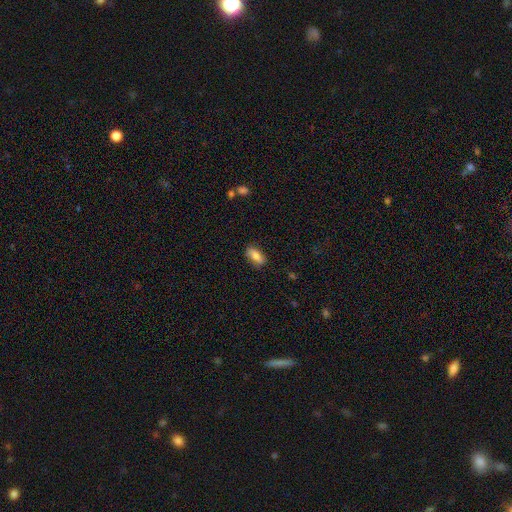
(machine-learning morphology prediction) Smooth or featured? smooth (77%)
How rounded? in between (82%)
Merging? none (84%)